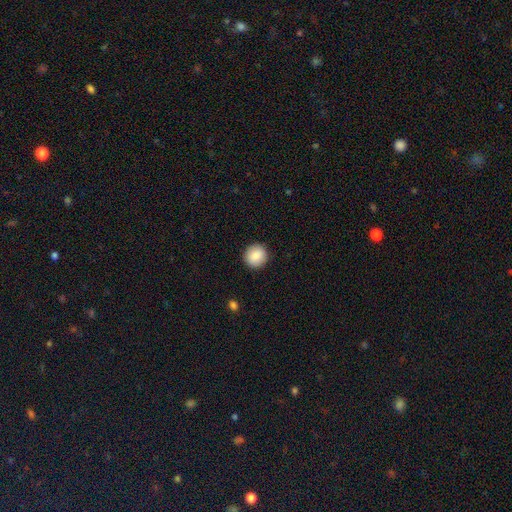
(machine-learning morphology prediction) smooth 88%, star or artifact 8%, featured or disk 5%. Down the decision tree: how rounded — round (91%); merging — none (91%).